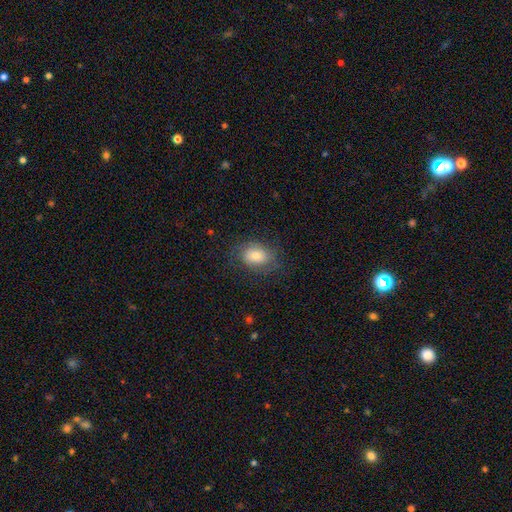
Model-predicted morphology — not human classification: Overall: smooth (64%; featured or disk 26%). How rounded: in between (75%). Merging: none (70%).